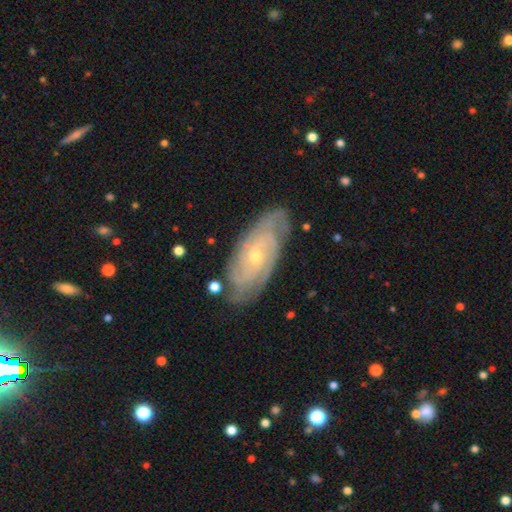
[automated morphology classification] smooth_or_featured: featured or disk (p=0.84) [alt: smooth p=0.11]
disk_edge_on: no (p=0.92) [alt: yes p=0.08]
bar: no (p=0.73) [alt: weak p=0.22]
has_spiral_arms: yes (p=0.96) [alt: no p=0.04]
spiral_winding: tight (p=0.73) [alt: medium p=0.22]
spiral_arm_count: can't tell (p=0.36) [alt: 3 p=0.18]
bulge_size: small (p=0.66) [alt: moderate p=0.31]
merging: none (p=0.78) [alt: minor disturbance p=0.17]